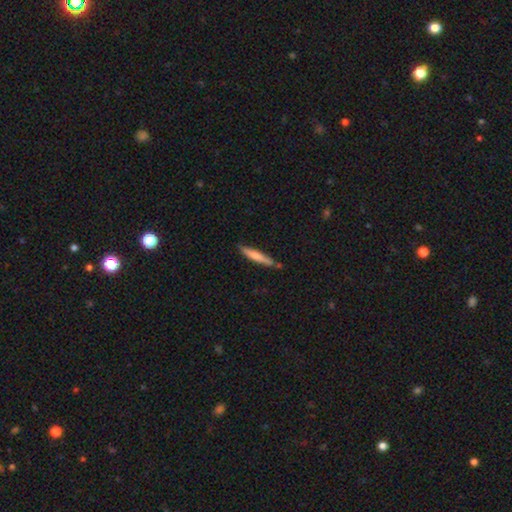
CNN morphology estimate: smooth 69%, featured or disk 26%, star or artifact 5%. Down the decision tree: how rounded — cigar-shaped (93%); merging — none (76%).